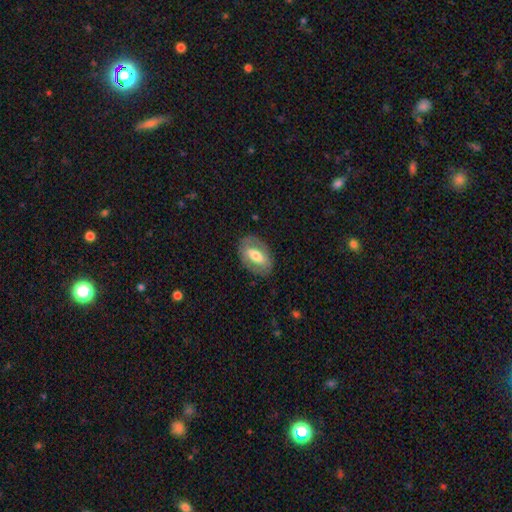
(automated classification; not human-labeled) This appears to be a smooth galaxy with no disk features (51%) that is in between round and cigar-shaped (89%). Merging: none (81%).